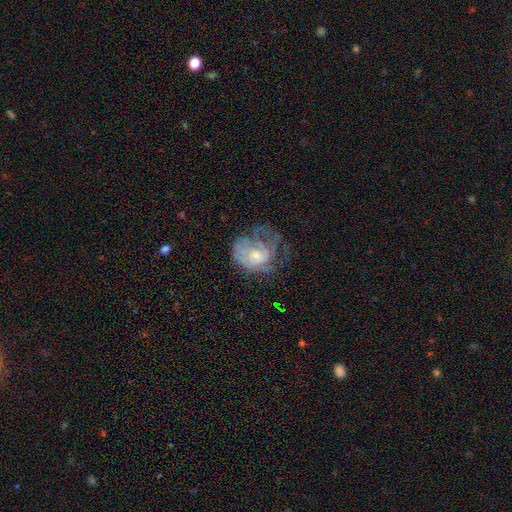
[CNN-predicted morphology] smooth-or-featured: featured or disk: 60% | smooth: 31% | star or artifact: 9%
  disk-edge-on: no: 97% | yes: 3%
    bar: no: 74% | weak: 23% | strong: 3%
    has-spiral-arms: yes: 62% | no: 38%
    bulge-size: moderate: 46% | small: 38% | large: 8% | none: 7% | dominant: 2%
  merging: major disturbance: 45% | none: 29% | minor disturbance: 24% | merger: 2%